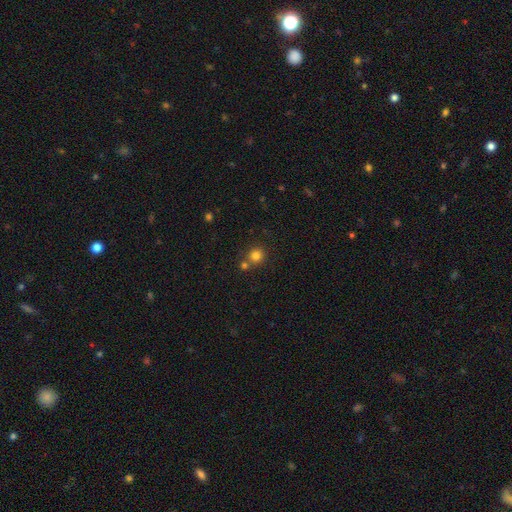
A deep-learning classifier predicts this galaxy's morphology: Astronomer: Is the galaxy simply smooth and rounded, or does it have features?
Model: smooth — 81%.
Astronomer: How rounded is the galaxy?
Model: round — 90%.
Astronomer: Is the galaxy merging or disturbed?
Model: none — 66%.